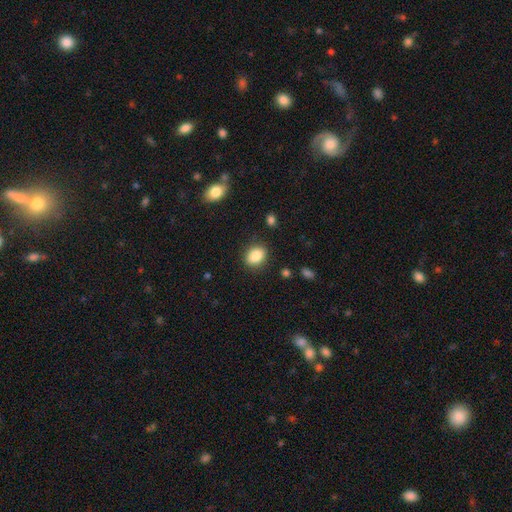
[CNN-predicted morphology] type=smooth (86%); roundness=in between (67%); merging=none (86%).